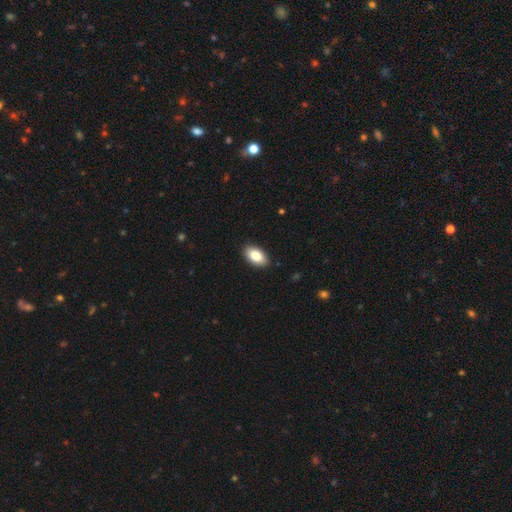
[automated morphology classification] smooth-or-featured: smooth: 86% | featured or disk: 7% | star or artifact: 7%
  how-rounded: in between: 94% | round: 4% | cigar-shaped: 2%
  merging: none: 90% | minor disturbance: 8% | major disturbance: 2% | merger: 1%